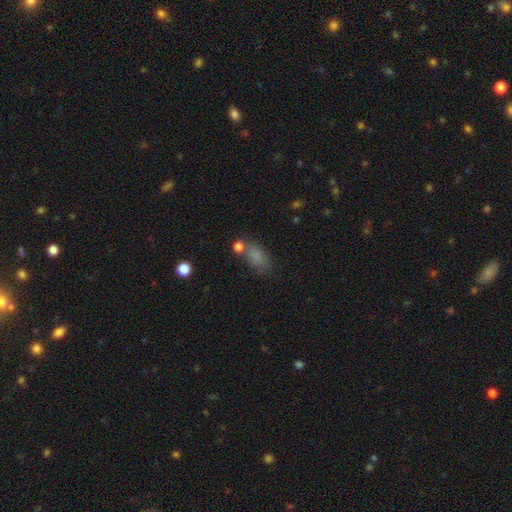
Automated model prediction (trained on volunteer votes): This appears to be a smooth galaxy with no disk features (78%) that is in between round and cigar-shaped (84%). Merging: none (57%).